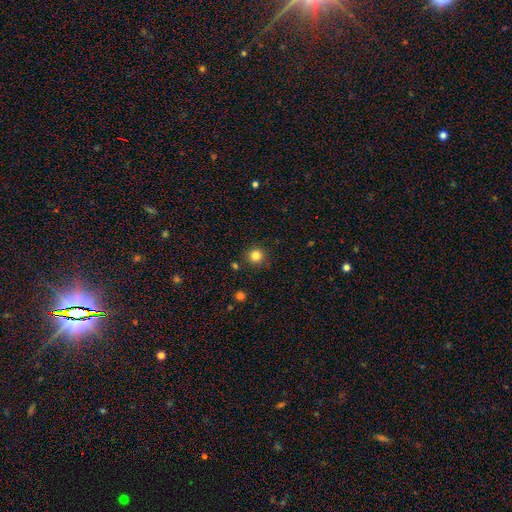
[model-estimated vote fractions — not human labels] Overall: smooth (83%). How rounded: round (94%). Merging: none (88%).